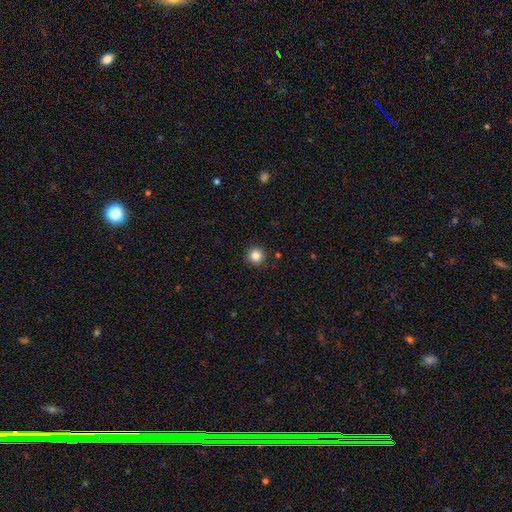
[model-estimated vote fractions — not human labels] Smooth or featured? smooth (84%)
How rounded? round (95%)
Merging? none (89%)